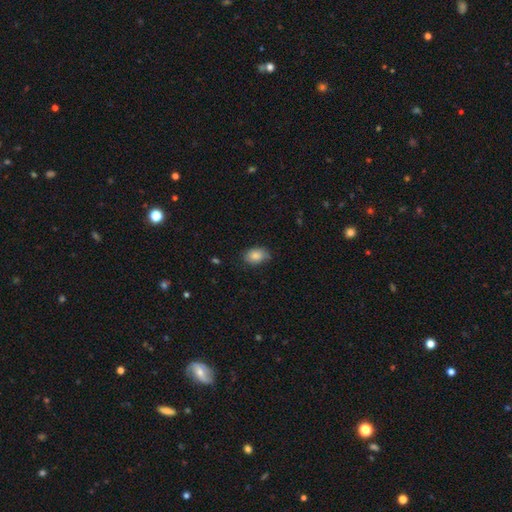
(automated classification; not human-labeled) smooth_or_featured: smooth (p=0.83) [alt: featured or disk p=0.10]
how_rounded: in between (p=0.81) [alt: round p=0.18]
merging: none (p=0.70) [alt: minor disturbance p=0.25]